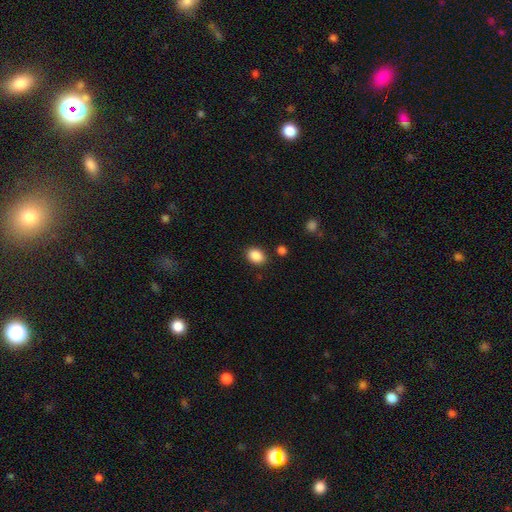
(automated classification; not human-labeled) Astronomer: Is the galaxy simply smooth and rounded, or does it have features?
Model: smooth — 87%.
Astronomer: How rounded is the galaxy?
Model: in between — 66%.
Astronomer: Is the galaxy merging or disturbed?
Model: none — 85%.